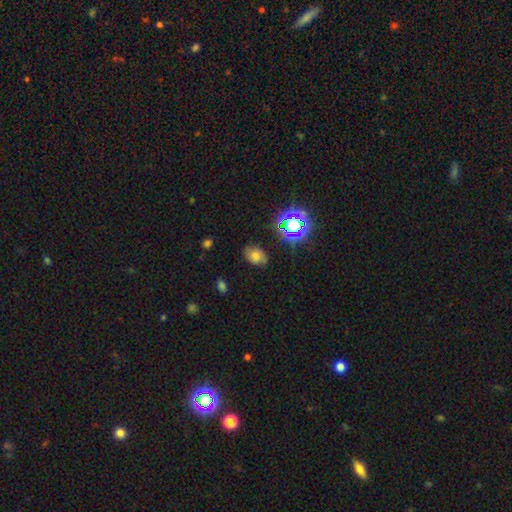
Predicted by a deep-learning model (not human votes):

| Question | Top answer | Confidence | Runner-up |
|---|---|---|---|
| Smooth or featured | smooth | 61% | star or artifact (22%) |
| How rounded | in between | 70% | round (29%) |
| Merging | none | 75% | minor disturbance (18%) |